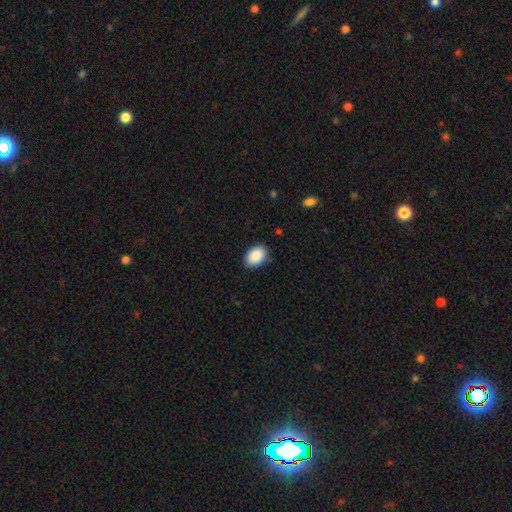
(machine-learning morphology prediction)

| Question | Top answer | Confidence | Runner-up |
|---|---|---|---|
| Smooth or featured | smooth | 90% | star or artifact (7%) |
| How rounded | in between | 85% | round (14%) |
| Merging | none | 86% | minor disturbance (11%) |